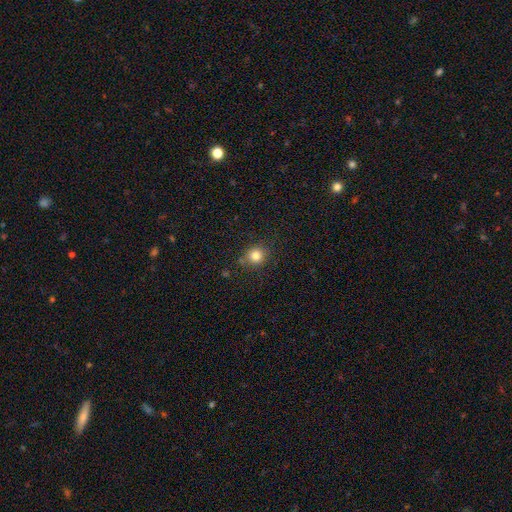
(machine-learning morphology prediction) smooth_or_featured: smooth (p=0.82) [alt: star or artifact p=0.12]
how_rounded: round (p=0.87) [alt: in between p=0.12]
merging: none (p=0.82) [alt: minor disturbance p=0.12]